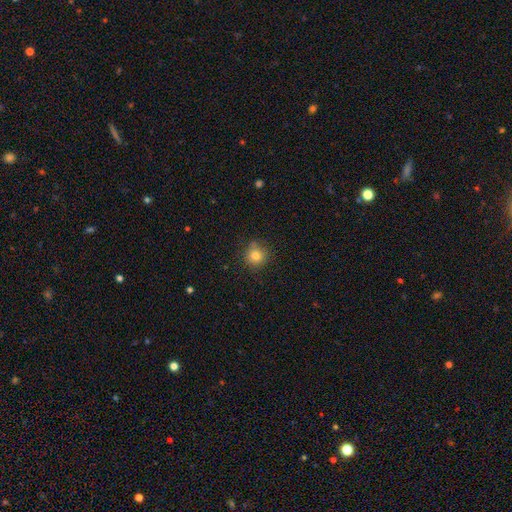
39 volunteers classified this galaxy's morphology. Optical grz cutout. It shows a smooth galaxy with no disk features (82%) that is round (91%). Merging: none (78%).